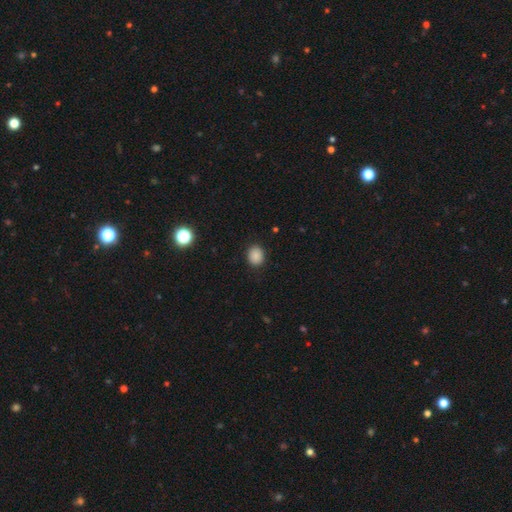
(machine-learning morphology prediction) A smooth galaxy with no disk features (86%) that is round (60%).

Vote fractions:
- Smooth or featured? smooth: 86% / star or artifact: 10% / featured or disk: 4%
- How rounded? round: 60% / in between: 39% / cigar-shaped: 1%
- Merging? none: 88% / minor disturbance: 9% / major disturbance: 3% / merger: 1%